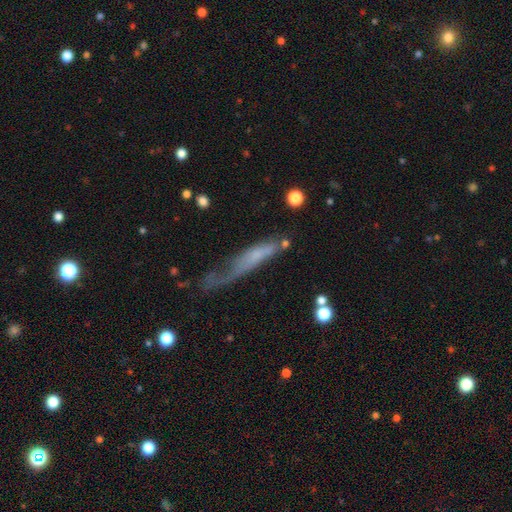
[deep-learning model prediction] Overall: smooth (49%; featured or disk 40%). Merging: major disturbance (37%; none 29%).